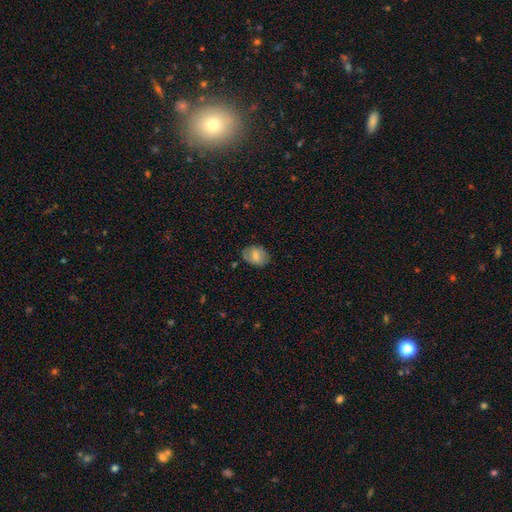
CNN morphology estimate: smooth-or-featured: smooth: 72% | featured or disk: 20% | star or artifact: 8%
  how-rounded: in between: 71% | round: 28% | cigar-shaped: 1%
  merging: none: 78% | minor disturbance: 17% | major disturbance: 4% | merger: 1%